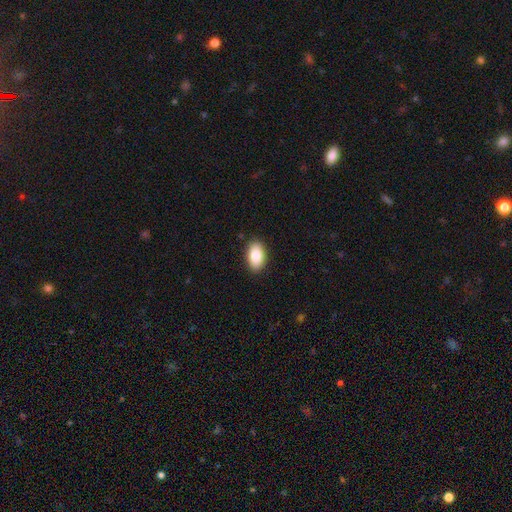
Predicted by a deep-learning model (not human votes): A smooth galaxy with no disk features (88%) that is in between round and cigar-shaped (94%). Merging: none (89%).